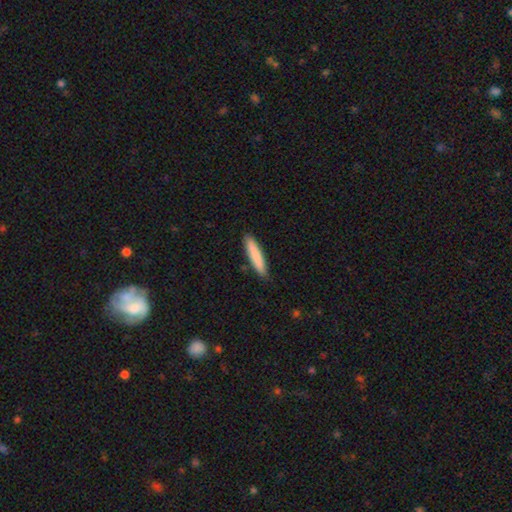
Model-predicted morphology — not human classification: The model was most divided on "smooth or featured": smooth: 83%, featured or disk: 12%, star or artifact: 6%. More confident: how rounded — cigar-shaped (89%); merging — none (86%).